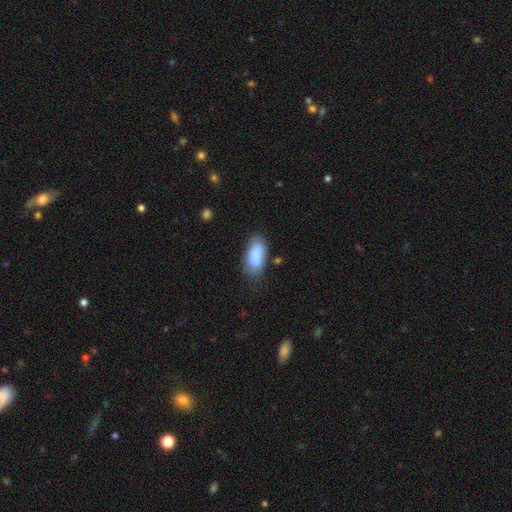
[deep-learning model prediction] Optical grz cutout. It shows a smooth galaxy with no disk features (88%) that is in between round and cigar-shaped (91%). Merging: none (72%).